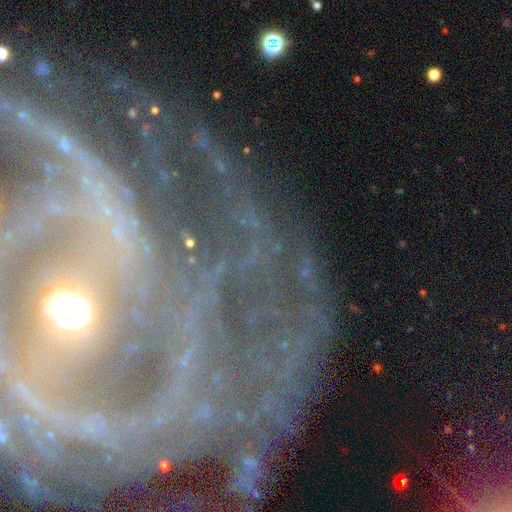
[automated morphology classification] Smooth or featured?
  - featured or disk: 69% *
  - star or artifact: 21%
  - smooth: 10%
Edge-on disk?
  - no: 90% *
  - yes: 10%
Bar?
  - no: 40% *
  - strong: 34%
  - weak: 27%
Spiral arms?
  - yes: 87% *
  - no: 13%
Spiral winding?
  - tight: 66% *
  - medium: 24%
  - loose: 10%
Spiral arm count?
  - can't tell: 30% *
  - 2: 20%
  - 3: 15%
  - more than 4: 12%
  - 4: 12%
  - 1: 11%
Bulge size?
  - small: 49% *
  - moderate: 36%
  - large: 7%
  - none: 4%
  - dominant: 3%
Merging?
  - none: 67% *
  - minor disturbance: 14%
  - major disturbance: 14%
  - merger: 4%